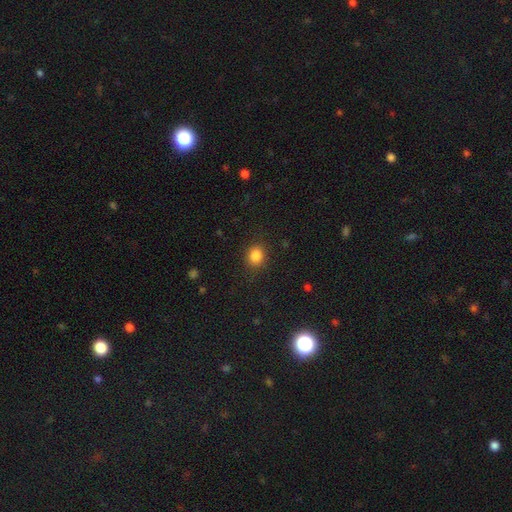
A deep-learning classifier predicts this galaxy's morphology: Smooth or featured: smooth — 85% (star or artifact — 11%)
How rounded: round — 73% (in between — 26%)
Merging: none — 86% (minor disturbance — 9%)